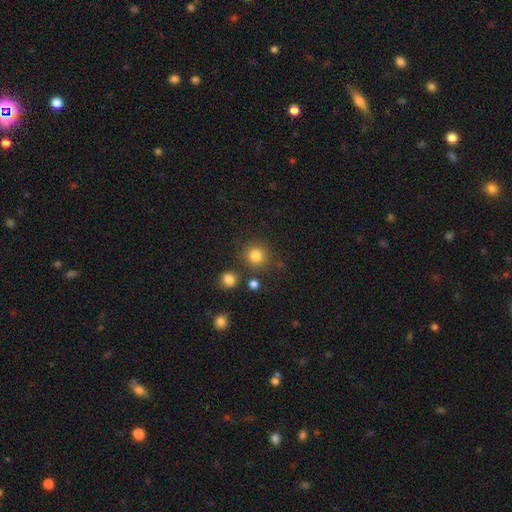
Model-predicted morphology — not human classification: smooth-or-featured: smooth: 82% | star or artifact: 13% | featured or disk: 5%
  how-rounded: round: 92% | in between: 7% | cigar-shaped: 1%
  merging: none: 82% | minor disturbance: 9% | merger: 6% | major disturbance: 4%